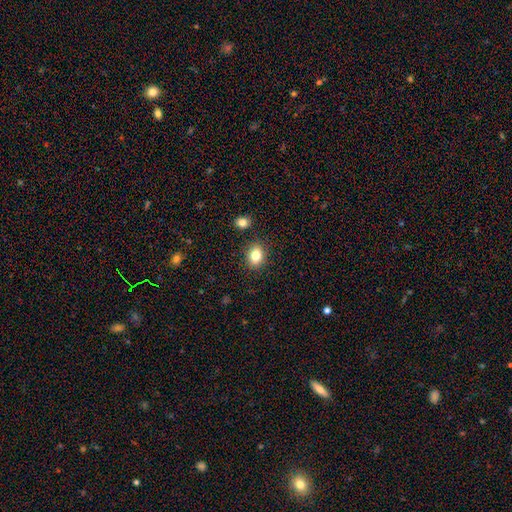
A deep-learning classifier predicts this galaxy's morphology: smooth-or-featured: smooth: 82% | star or artifact: 10% | featured or disk: 8%
  how-rounded: in between: 51% | round: 48% | cigar-shaped: 1%
  merging: none: 86% | minor disturbance: 9% | merger: 3% | major disturbance: 2%